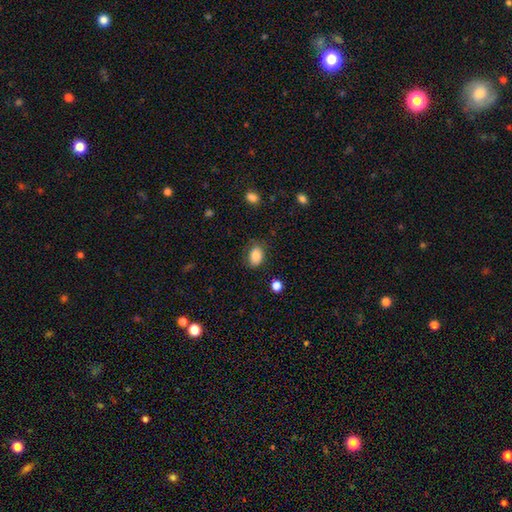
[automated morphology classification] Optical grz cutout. It shows a smooth galaxy with no disk features (84%) that is in between round and cigar-shaped (80%). Merging: none (75%).